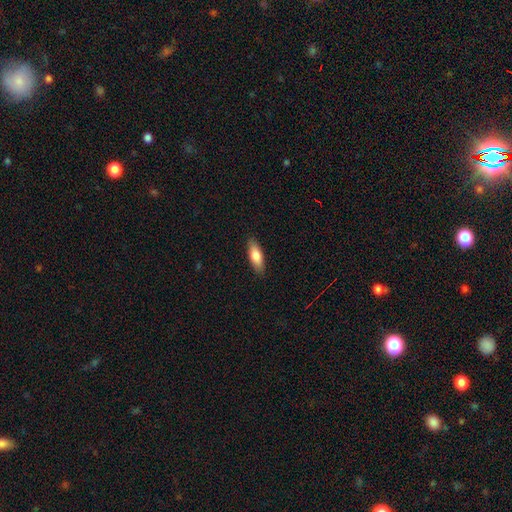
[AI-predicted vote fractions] Smooth or featured: smooth — 79% (featured or disk — 15%)
How rounded: in between — 64% (cigar-shaped — 34%)
Merging: none — 88% (minor disturbance — 9%)